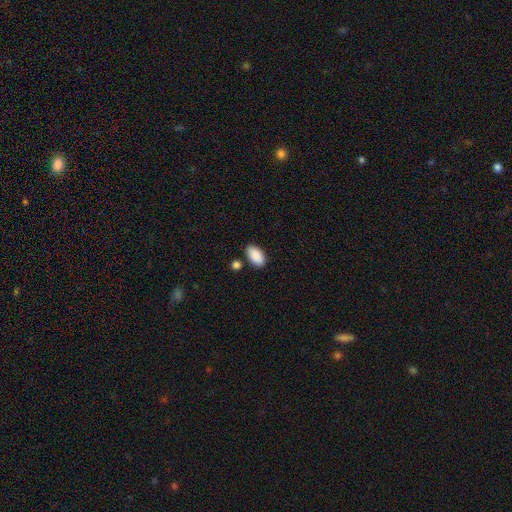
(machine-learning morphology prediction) The model was most divided on "merging": none: 79%, minor disturbance: 11%, merger: 6%, major disturbance: 3%. More confident: how rounded — in between (95%); smooth or featured — smooth (90%).